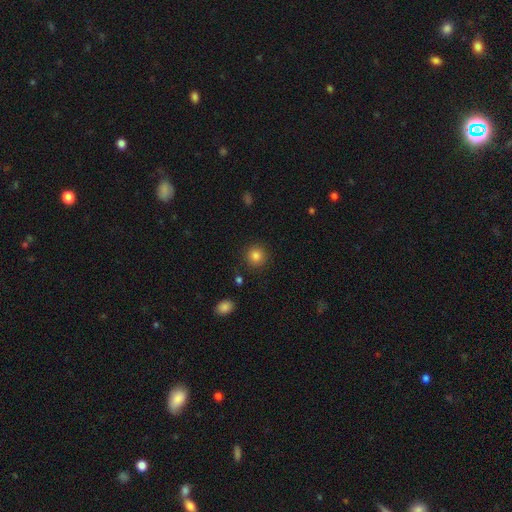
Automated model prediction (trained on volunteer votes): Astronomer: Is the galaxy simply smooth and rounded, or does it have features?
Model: smooth — 84%.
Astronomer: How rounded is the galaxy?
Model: round — 92%.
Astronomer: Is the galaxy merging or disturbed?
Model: none — 89%.